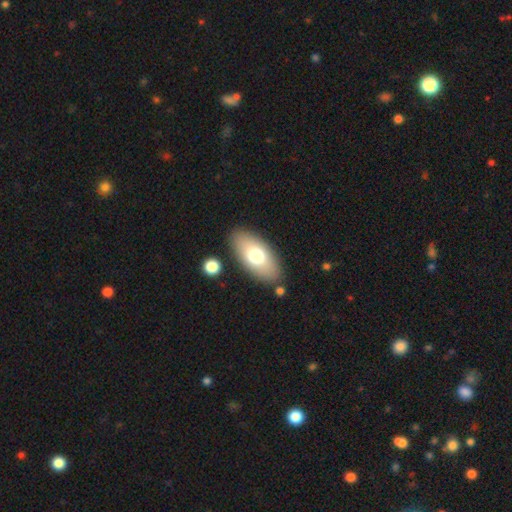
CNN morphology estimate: A smooth galaxy with no disk features (71%) that is in between round and cigar-shaped (91%).

Vote fractions:
- Smooth or featured? smooth: 71% / featured or disk: 22% / star or artifact: 7%
- How rounded? in between: 91% / cigar-shaped: 5% / round: 3%
- Merging? none: 84% / minor disturbance: 9% / merger: 4% / major disturbance: 3%